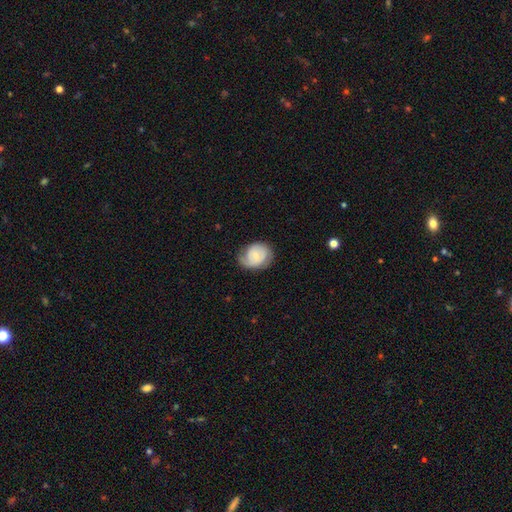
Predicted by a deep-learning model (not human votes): Smooth or featured: featured or disk — 56% (smooth — 37%)
Edge-on disk: no — 97% (yes — 3%)
Bar: no — 56% (weak — 36%)
Spiral arms: yes — 85% (no — 15%)
Bulge size: small — 60% (moderate — 32%)
Merging: none — 63% (minor disturbance — 25%)